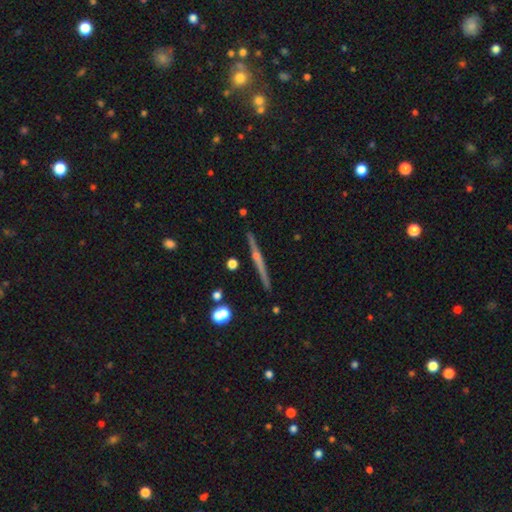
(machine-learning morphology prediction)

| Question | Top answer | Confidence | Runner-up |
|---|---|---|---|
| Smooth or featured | featured or disk | 77% | smooth (15%) |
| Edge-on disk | yes | 98% | no (2%) |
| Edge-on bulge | rounded | 80% | none (16%) |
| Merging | none | 90% | minor disturbance (7%) |